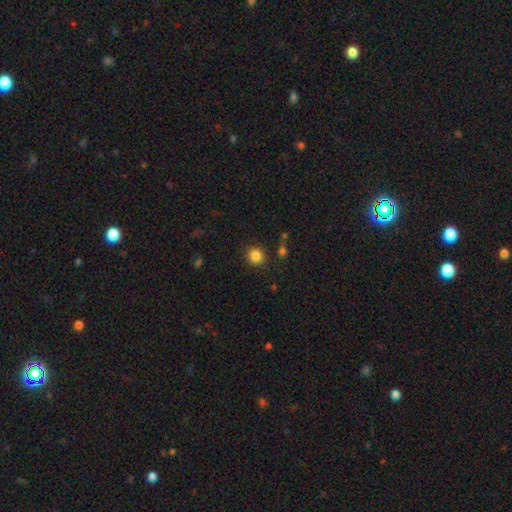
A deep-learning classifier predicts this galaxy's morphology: This appears to be a smooth galaxy with no disk features (85%) that is round (89%). Merging: none (88%).